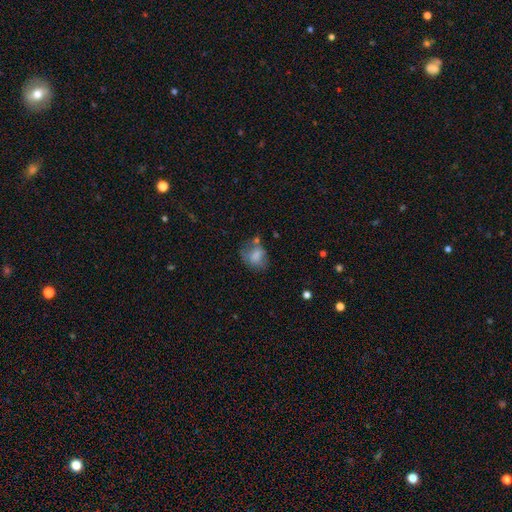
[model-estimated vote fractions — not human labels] Smooth or featured? Predicted: smooth (p=0.70). How rounded? Predicted: in between (p=0.55). Merging? Predicted: none (p=0.45).